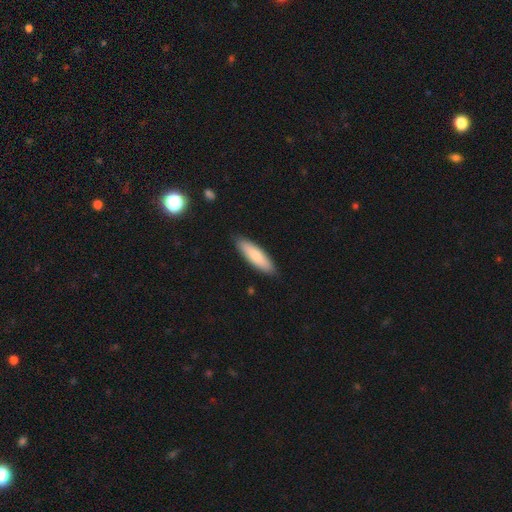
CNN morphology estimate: This is likely a smooth galaxy (79%). How rounded: possibly cigar-shaped (59%). Merging: clearly none (88%).